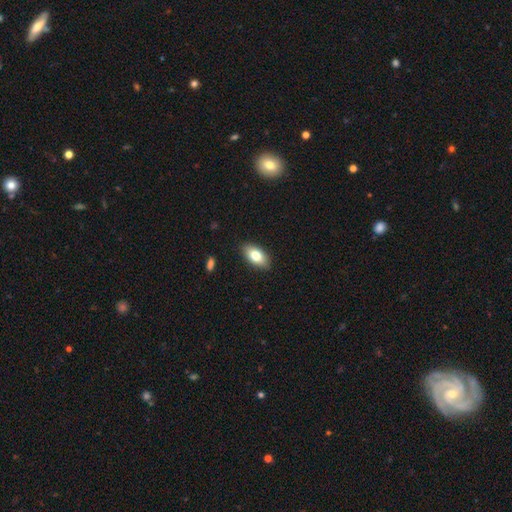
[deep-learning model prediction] Smooth or featured? Predicted: smooth (p=0.76). How rounded? Predicted: in between (p=0.91). Merging? Predicted: none (p=0.89).